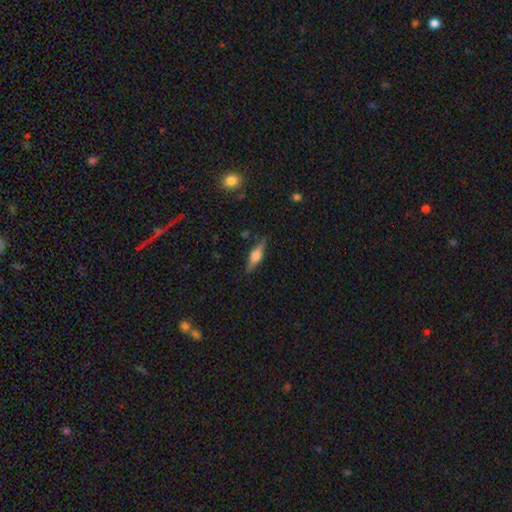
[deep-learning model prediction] Smooth or featured: featured or disk — 60% (smooth — 33%)
Edge-on disk: yes — 95% (no — 5%)
Edge-on bulge: rounded — 83% (boxy — 14%)
Merging: none — 83% (minor disturbance — 12%)